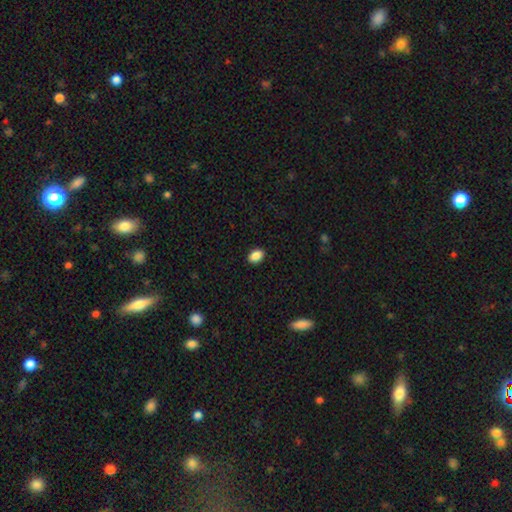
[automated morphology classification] Smooth or featured? Predicted: smooth (p=0.88). How rounded? Predicted: in between (p=0.81). Merging? Predicted: none (p=0.90).